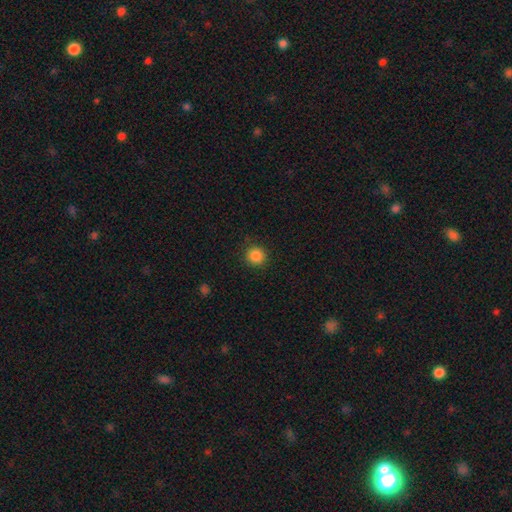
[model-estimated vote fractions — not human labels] Q: Smooth or featured?
A: smooth (86%); runner-up: star or artifact (11%)
Q: How rounded?
A: round (94%); runner-up: in between (5%)
Q: Merging?
A: none (90%); runner-up: minor disturbance (6%)